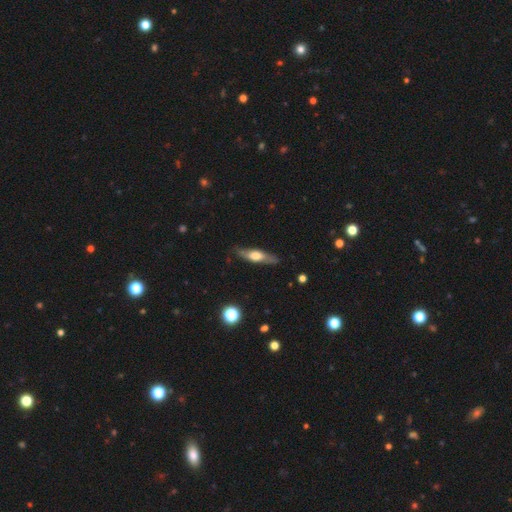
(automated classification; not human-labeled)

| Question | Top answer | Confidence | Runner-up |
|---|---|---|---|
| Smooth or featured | featured or disk | 53% | smooth (41%) |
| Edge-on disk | yes | 84% | no (16%) |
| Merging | none | 83% | minor disturbance (13%) |